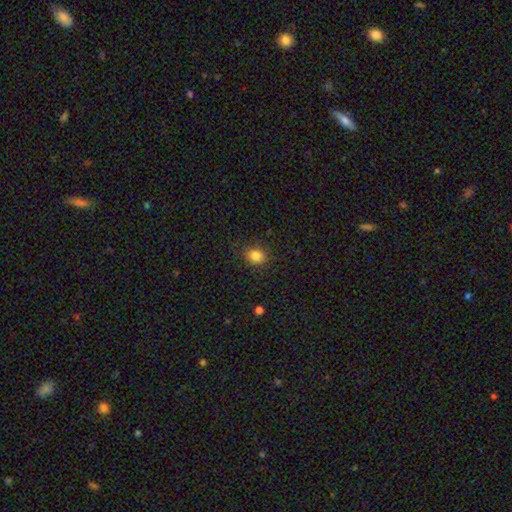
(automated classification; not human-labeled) Overall: smooth (83%). How rounded: round (69%; in between 30%). Merging: none (86%).